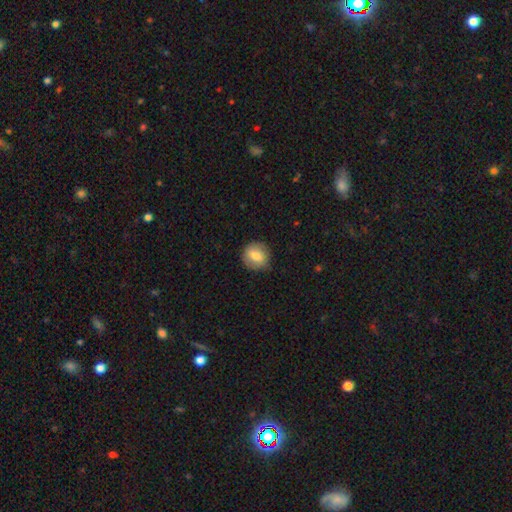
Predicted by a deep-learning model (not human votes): smooth_or_featured: smooth (p=0.76) [alt: featured or disk p=0.17]
how_rounded: round (p=0.84) [alt: in between p=0.14]
merging: none (p=0.83) [alt: minor disturbance p=0.13]